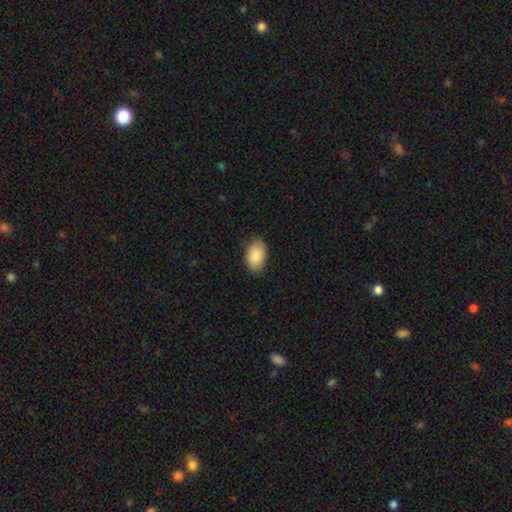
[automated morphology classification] This appears to be a smooth galaxy with no disk features (87%) that is in between round and cigar-shaped (92%). Merging: none (85%).